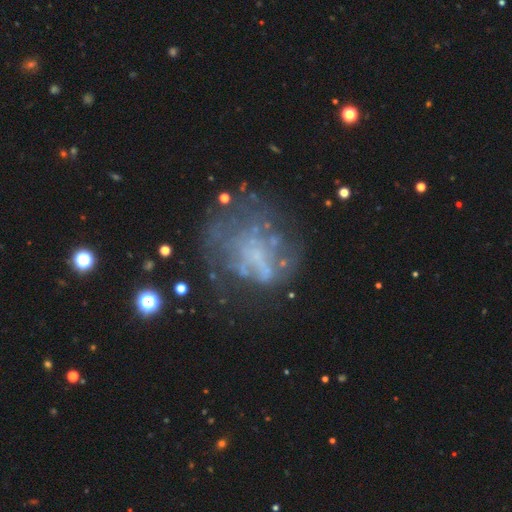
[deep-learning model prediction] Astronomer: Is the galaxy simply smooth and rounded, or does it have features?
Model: featured or disk — 57%.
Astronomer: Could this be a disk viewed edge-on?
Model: no — 98%.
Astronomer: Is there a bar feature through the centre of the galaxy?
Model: no — 88%.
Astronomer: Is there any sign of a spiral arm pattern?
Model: no — 86%.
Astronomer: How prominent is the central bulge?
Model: none — 75%.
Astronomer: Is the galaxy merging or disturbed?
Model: none — 43% (runner-up: major disturbance, 31%).